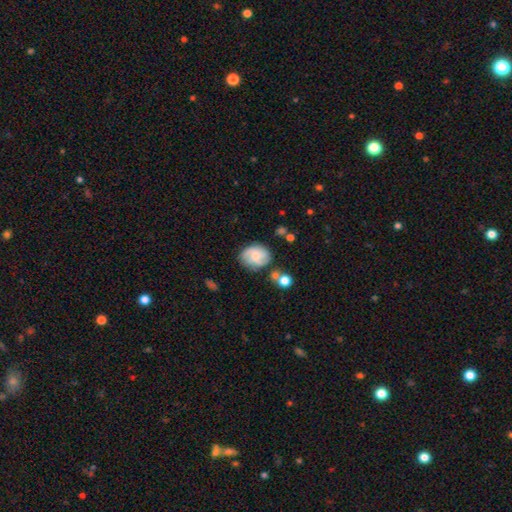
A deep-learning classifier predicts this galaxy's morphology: This is possibly a featured or disk galaxy (48%). Merging: likely none (65%).